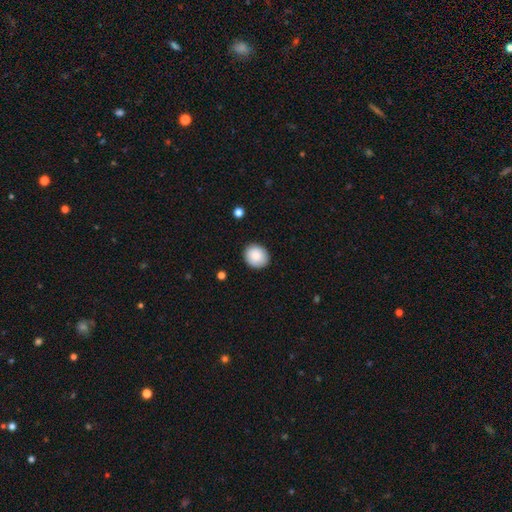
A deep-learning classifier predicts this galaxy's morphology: Smooth or featured?
  - smooth: 87% *
  - star or artifact: 7%
  - featured or disk: 5%
How rounded?
  - round: 84% *
  - in between: 15%
  - cigar-shaped: 1%
Merging?
  - none: 88% *
  - minor disturbance: 9%
  - major disturbance: 2%
  - merger: 1%